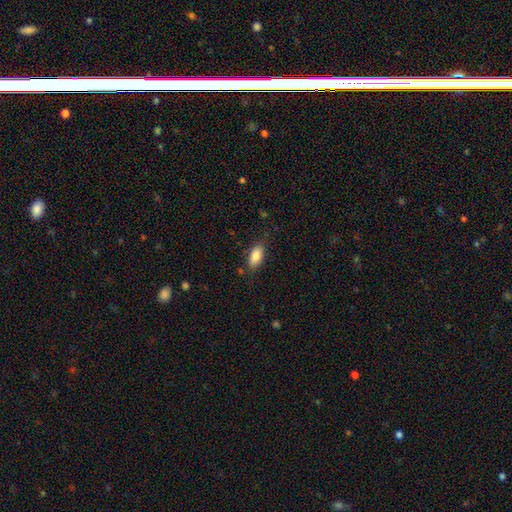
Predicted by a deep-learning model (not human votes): smooth_or_featured: smooth (p=0.84) [alt: featured or disk p=0.09]
how_rounded: in between (p=0.88) [alt: cigar-shaped p=0.08]
merging: none (p=0.78) [alt: minor disturbance p=0.16]